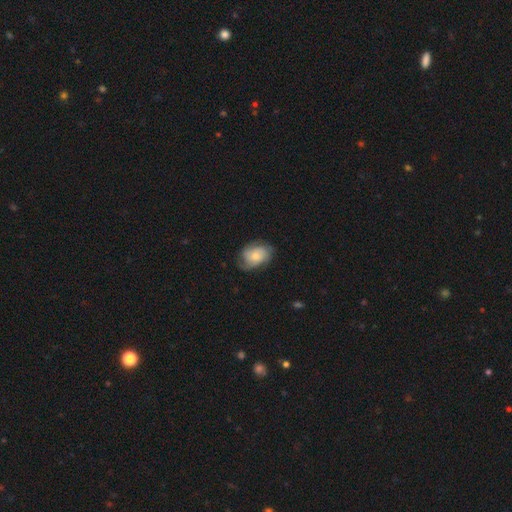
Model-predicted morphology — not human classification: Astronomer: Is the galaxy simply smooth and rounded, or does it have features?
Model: featured or disk — 59% (runner-up: smooth, 34%).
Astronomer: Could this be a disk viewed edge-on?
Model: no — 97%.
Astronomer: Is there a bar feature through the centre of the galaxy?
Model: no — 78%.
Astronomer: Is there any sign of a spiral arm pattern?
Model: yes — 89%.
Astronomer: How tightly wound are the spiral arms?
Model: tight — 45% (runner-up: medium, 39%).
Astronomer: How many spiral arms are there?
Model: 3 — 29% (runner-up: can't tell, 27%).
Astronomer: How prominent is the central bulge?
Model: small — 50% (runner-up: moderate, 42%).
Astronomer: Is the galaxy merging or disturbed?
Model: none — 66%.